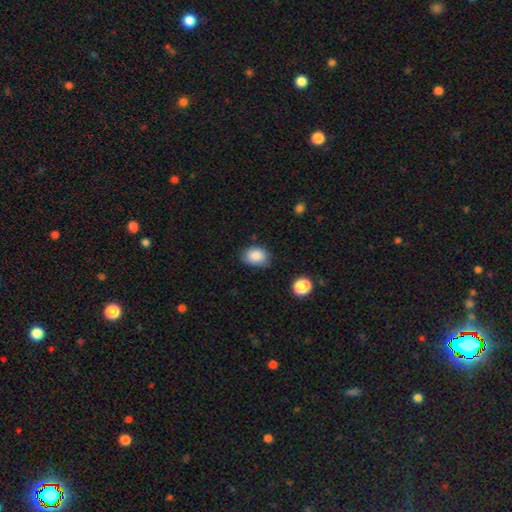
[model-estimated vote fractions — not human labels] Overall: smooth (87%). How rounded: in between (67%; round 32%). Merging: none (75%).